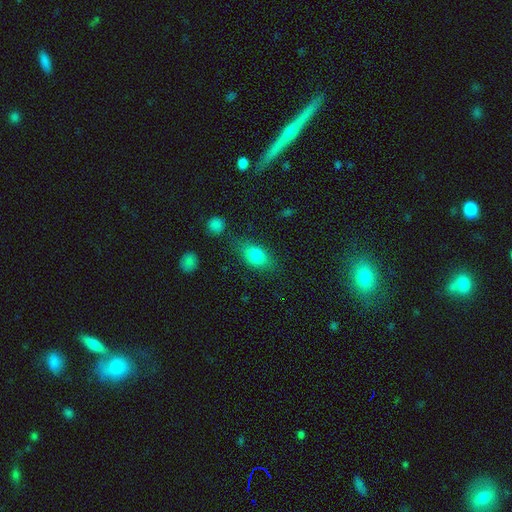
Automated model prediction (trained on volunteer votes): Overall: smooth (78%). How rounded: in between (78%). Merging: none (72%).